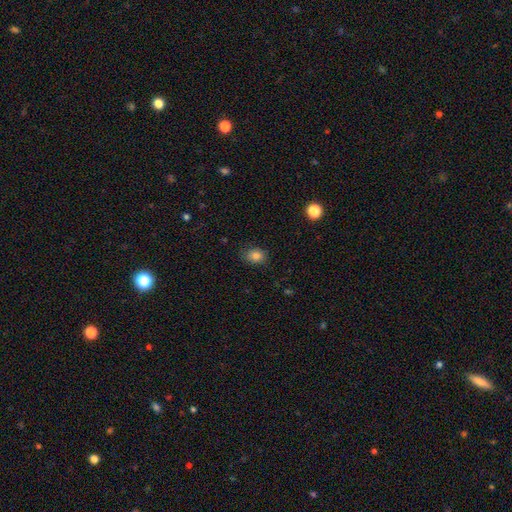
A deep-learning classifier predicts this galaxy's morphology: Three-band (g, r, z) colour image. It shows a smooth galaxy with no disk features (83%) that is in between round and cigar-shaped (60%). Merging: none (82%).